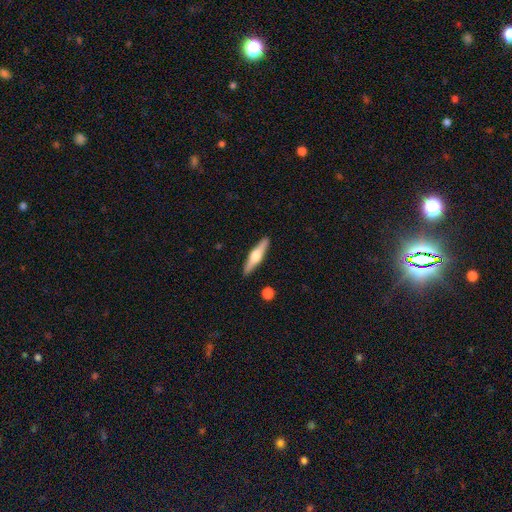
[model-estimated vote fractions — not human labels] The model was most divided on "smooth or featured": featured or disk: 59%, smooth: 36%, star or artifact: 5%. More confident: edge-on disk — yes (96%); edge-on bulge — rounded (92%); merging — none (90%).